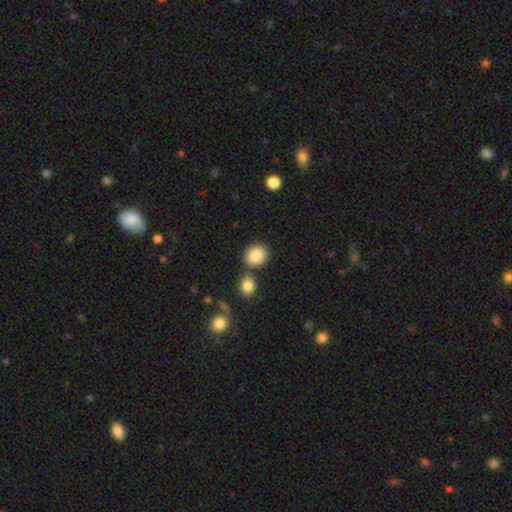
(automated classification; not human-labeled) Morphology: type=smooth (87%); roundness=round (74%); merging=none (73%).